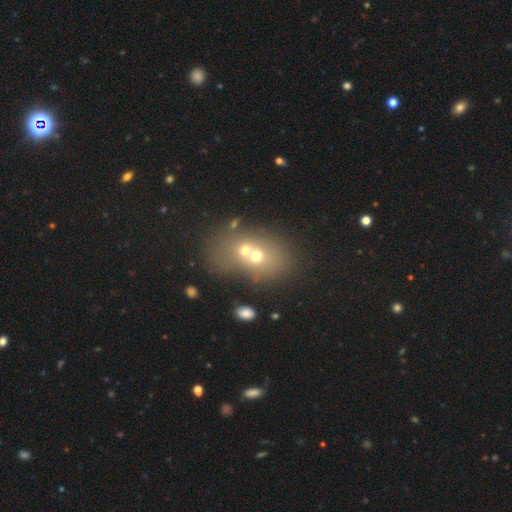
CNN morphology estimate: A smooth galaxy with no disk features (50%) that is in between round and cigar-shaped (50%).

Vote fractions:
- Smooth or featured? smooth: 50% / featured or disk: 29% / star or artifact: 21%
- How rounded? in between: 50% / round: 48% / cigar-shaped: 2%
- Merging? merger: 64% / none: 26% / minor disturbance: 6% / major disturbance: 4%